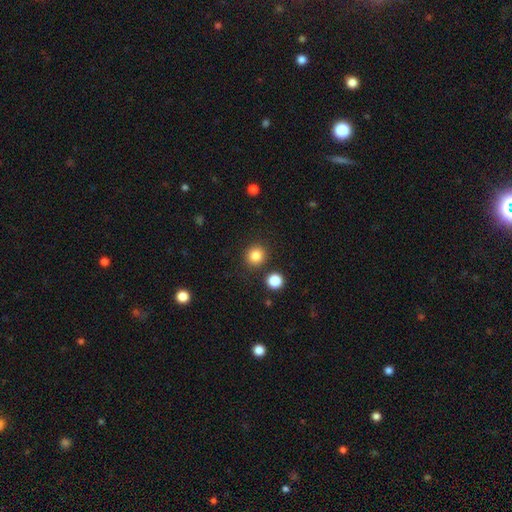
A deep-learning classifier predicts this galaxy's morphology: This appears to be a smooth galaxy with no disk features (84%) that is round (89%). Merging: none (87%).